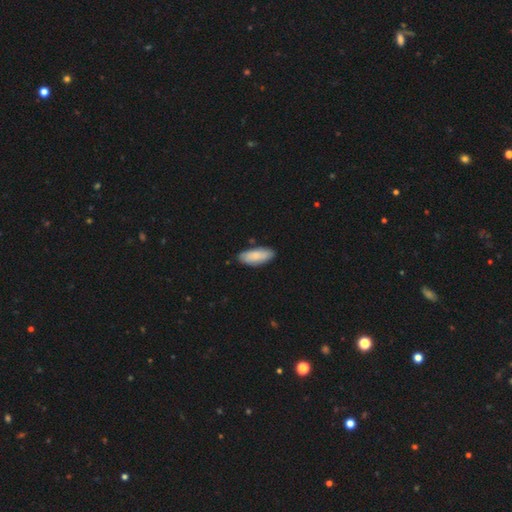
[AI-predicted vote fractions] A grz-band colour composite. It shows a smooth galaxy with no disk features (78%) that is in between round and cigar-shaped (81%). Merging: none (81%).